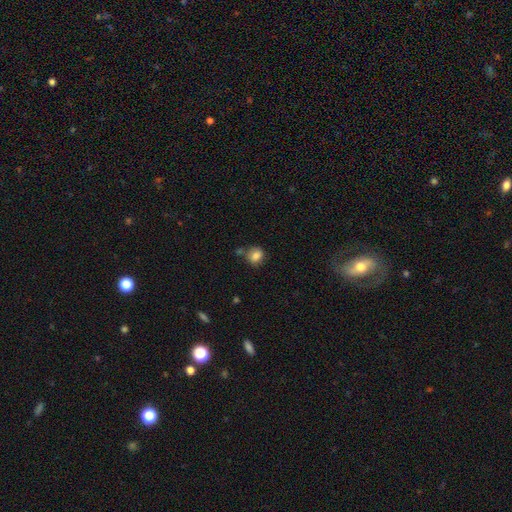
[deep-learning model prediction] Smooth or featured?
  - smooth: 83% *
  - star or artifact: 10%
  - featured or disk: 7%
How rounded?
  - round: 69% *
  - in between: 30%
  - cigar-shaped: 1%
Merging?
  - none: 67% *
  - minor disturbance: 17%
  - merger: 12%
  - major disturbance: 5%